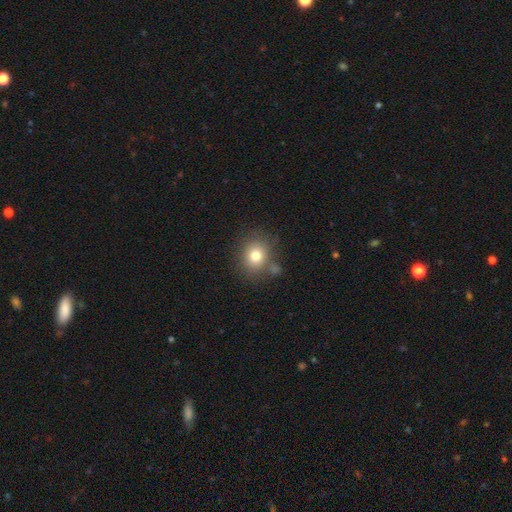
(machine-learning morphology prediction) Smooth or featured?
  - smooth: 78% *
  - star or artifact: 12%
  - featured or disk: 10%
How rounded?
  - round: 73% *
  - in between: 26%
  - cigar-shaped: 1%
Merging?
  - none: 74% *
  - minor disturbance: 13%
  - merger: 8%
  - major disturbance: 5%